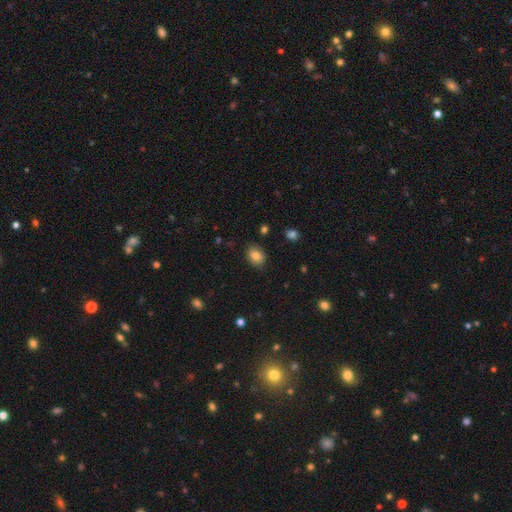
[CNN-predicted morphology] Smooth or featured? Predicted: smooth (p=0.83). How rounded? Predicted: in between (p=0.55). Merging? Predicted: none (p=0.85).